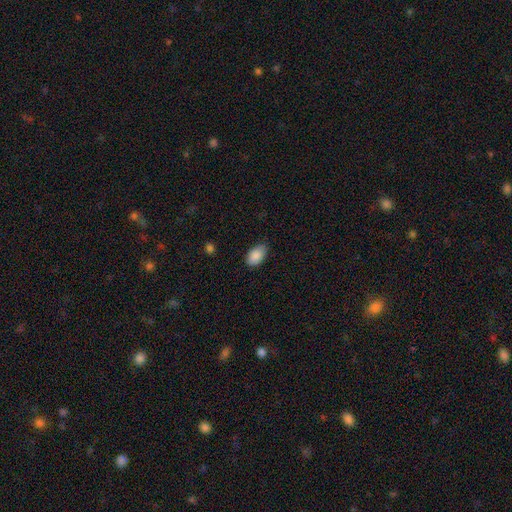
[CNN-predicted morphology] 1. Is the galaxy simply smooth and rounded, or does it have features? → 89% smooth, 7% star or artifact, 4% featured or disk.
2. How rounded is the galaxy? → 93% in between, 5% round, 1% cigar-shaped.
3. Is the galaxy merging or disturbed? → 77% none, 19% minor disturbance, 3% major disturbance, 1% merger.